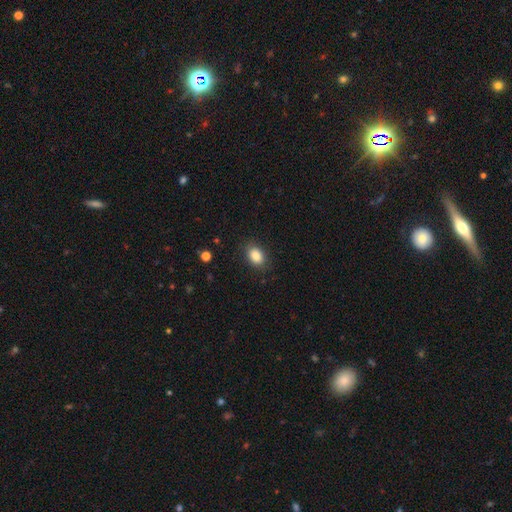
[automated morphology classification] The model was most divided on "how rounded": in between: 81%, round: 18%, cigar-shaped: 1%. More confident: smooth or featured — smooth (87%); merging — none (84%).